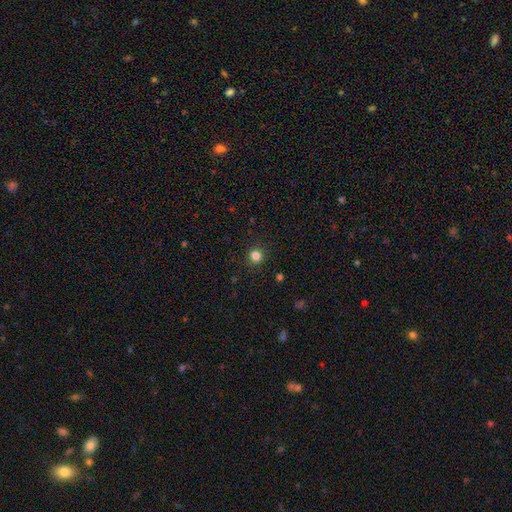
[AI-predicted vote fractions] A smooth galaxy with no disk features (82%) that is round (90%). Merging: none (90%).